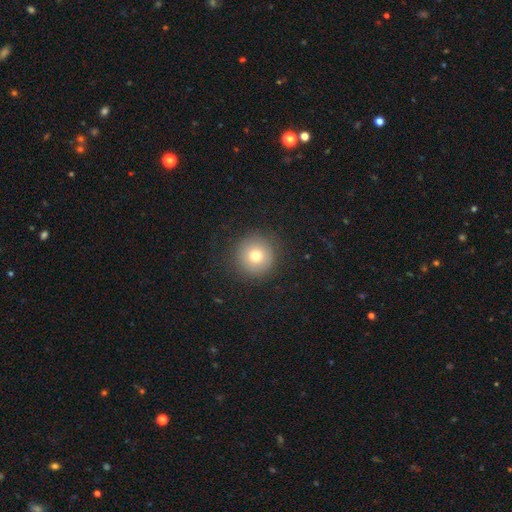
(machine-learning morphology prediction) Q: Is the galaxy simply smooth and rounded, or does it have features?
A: smooth — 73%.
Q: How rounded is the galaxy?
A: round — 95%.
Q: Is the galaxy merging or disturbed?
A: none — 88%.